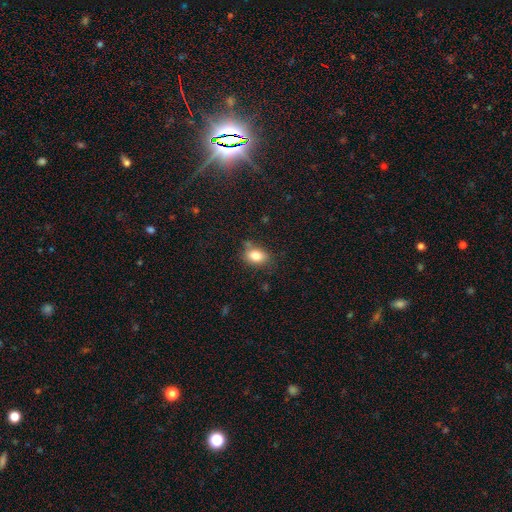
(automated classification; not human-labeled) This is clearly a smooth galaxy (83%). How rounded: likely in between (79%). Merging: likely none (73%).